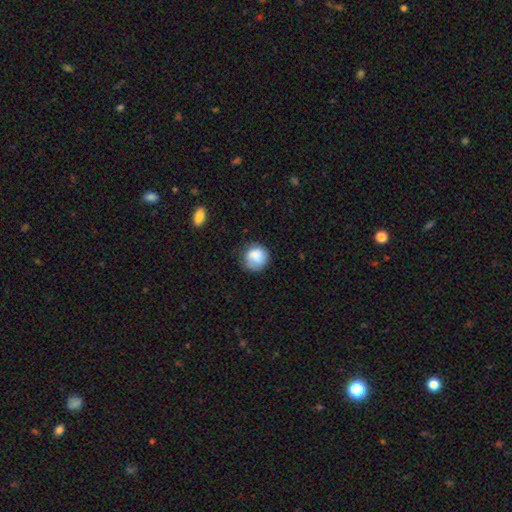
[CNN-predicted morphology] Smooth or featured: smooth — 83% (featured or disk — 9%)
How rounded: round — 87% (in between — 12%)
Merging: none — 68% (minor disturbance — 23%)